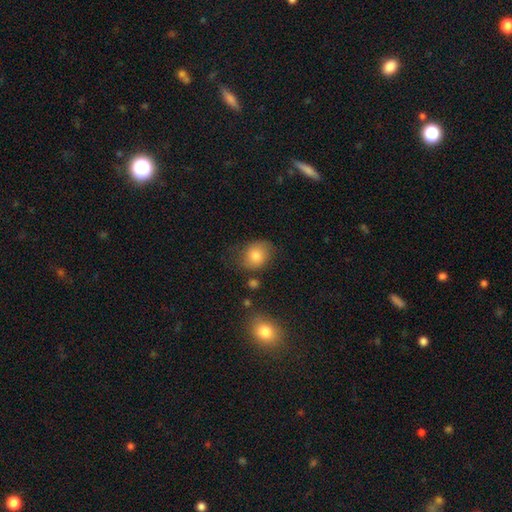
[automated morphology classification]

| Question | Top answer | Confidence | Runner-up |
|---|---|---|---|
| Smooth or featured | smooth | 79% | featured or disk (11%) |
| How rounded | round | 57% | in between (42%) |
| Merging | none | 68% | minor disturbance (21%) |